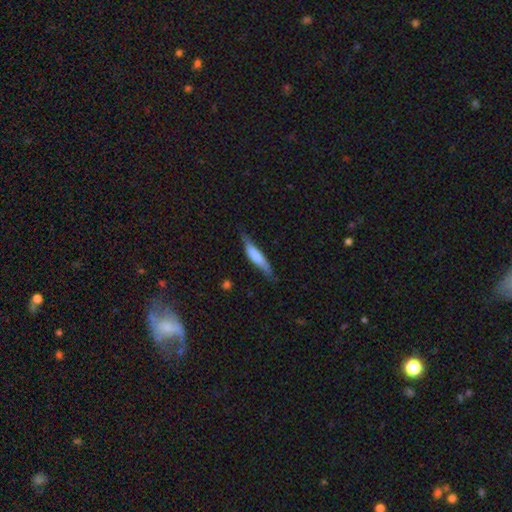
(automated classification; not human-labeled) This appears to be a smooth galaxy with no disk features (62%) that is cigar-shaped (83%). Merging: none (70%).